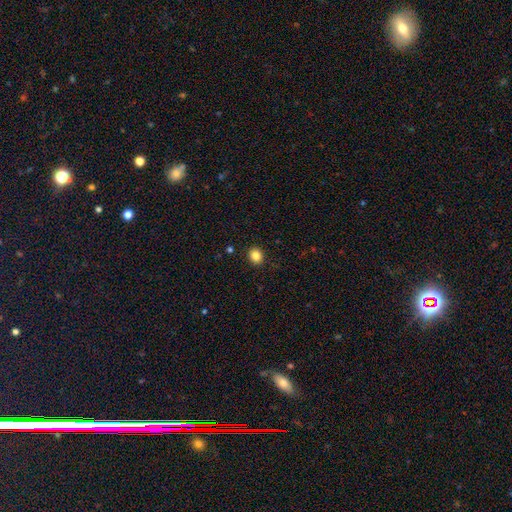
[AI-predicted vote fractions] The model was most divided on "how rounded": round: 74%, in between: 25%, cigar-shaped: 1%. More confident: merging — none (91%); smooth or featured — smooth (85%).